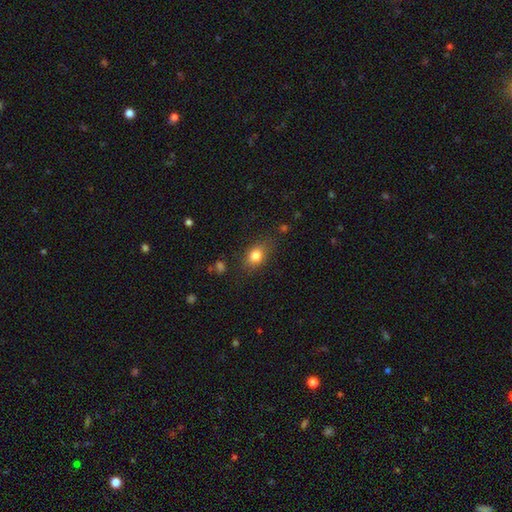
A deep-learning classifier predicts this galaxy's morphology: type=smooth (81%); roundness=in between (67%); merging=none (77%).